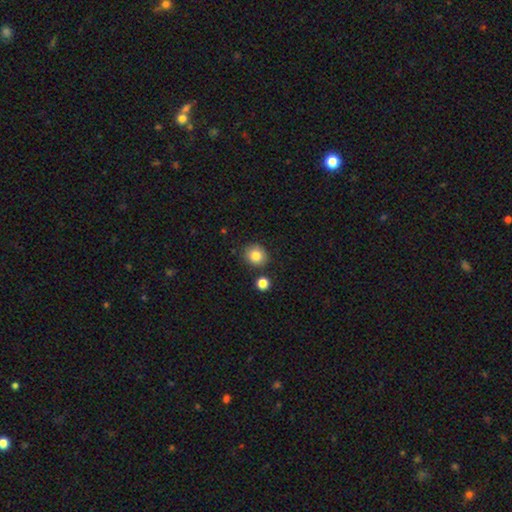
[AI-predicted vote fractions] The model was most divided on "how rounded": round: 83%, in between: 17%, cigar-shaped: 1%. More confident: merging — none (84%); smooth or featured — smooth (84%).